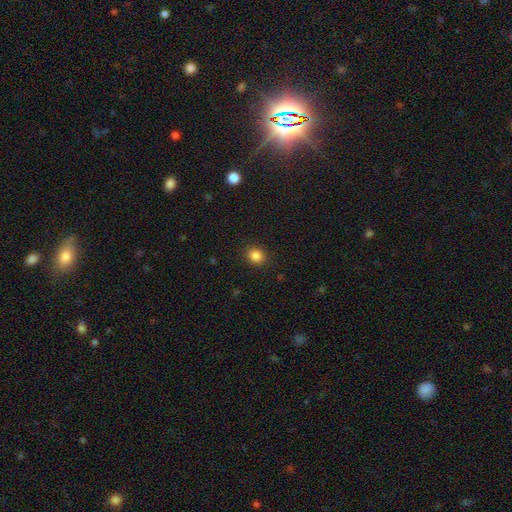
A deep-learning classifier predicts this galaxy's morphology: Q: Smooth or featured?
A: smooth (85%); runner-up: star or artifact (11%)
Q: How rounded?
A: round (77%); runner-up: in between (22%)
Q: Merging?
A: none (90%); runner-up: minor disturbance (7%)